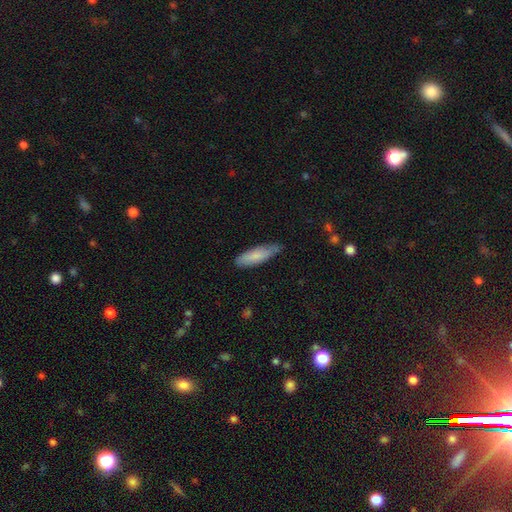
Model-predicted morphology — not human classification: Smooth or featured? Predicted: smooth (p=0.77). How rounded? Predicted: cigar-shaped (p=0.59). Merging? Predicted: none (p=0.71).